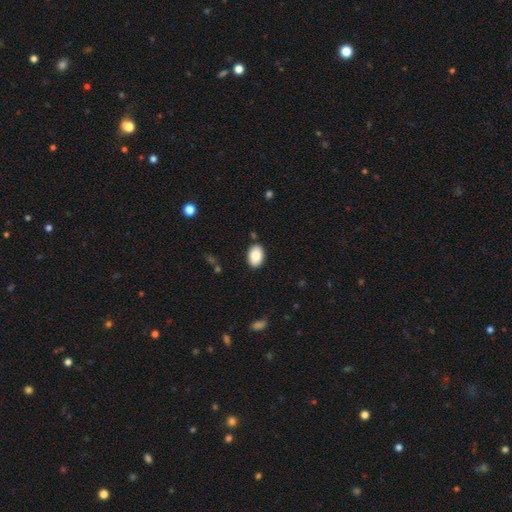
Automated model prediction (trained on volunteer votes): Morphology: type=smooth (86%); roundness=in between (87%); merging=none (87%).